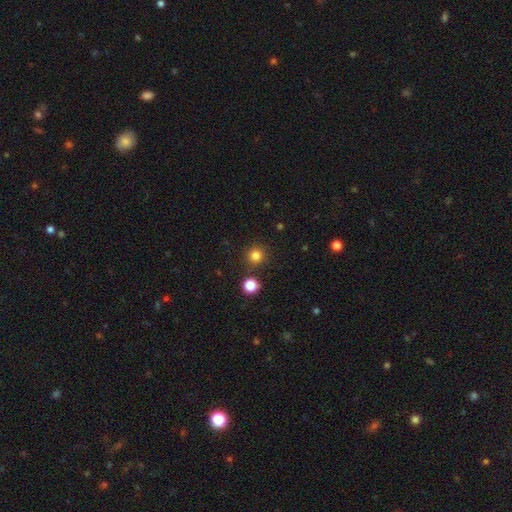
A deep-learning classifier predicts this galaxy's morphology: This is clearly a smooth galaxy (81%). How rounded: clearly round (94%). Merging: clearly none (87%).